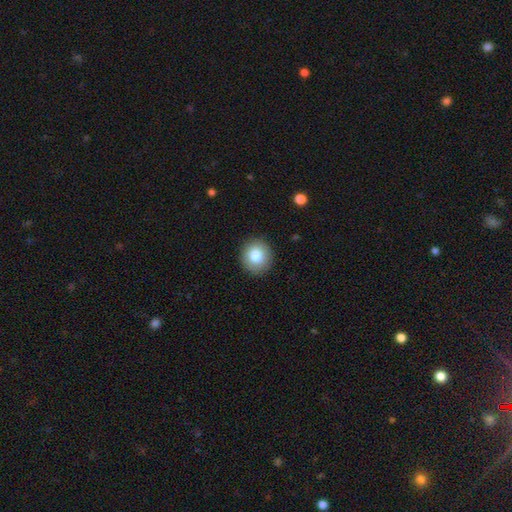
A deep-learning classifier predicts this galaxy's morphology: smooth_or_featured: smooth (p=0.80) [alt: featured or disk p=0.11]
how_rounded: round (p=0.88) [alt: in between p=0.11]
merging: none (p=0.91) [alt: minor disturbance p=0.06]